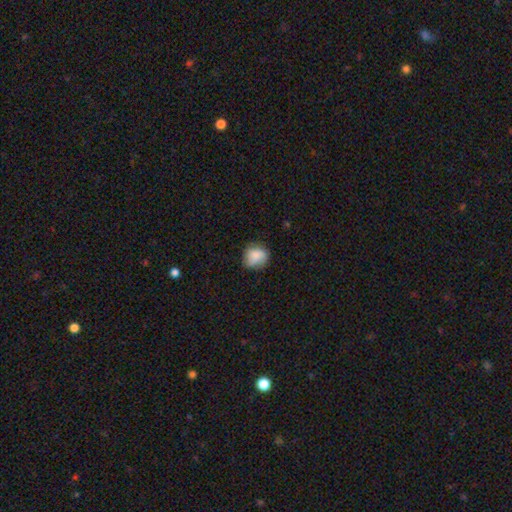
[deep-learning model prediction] Q: Smooth or featured?
A: smooth (80%); runner-up: featured or disk (13%)
Q: How rounded?
A: round (73%); runner-up: in between (26%)
Q: Merging?
A: none (67%); runner-up: minor disturbance (26%)